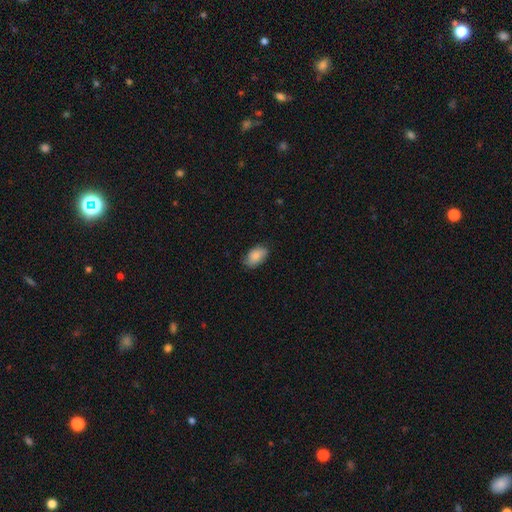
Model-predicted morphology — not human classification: Q: Smooth or featured?
A: smooth (83%); runner-up: featured or disk (10%)
Q: How rounded?
A: in between (91%); runner-up: round (7%)
Q: Merging?
A: none (77%); runner-up: minor disturbance (19%)